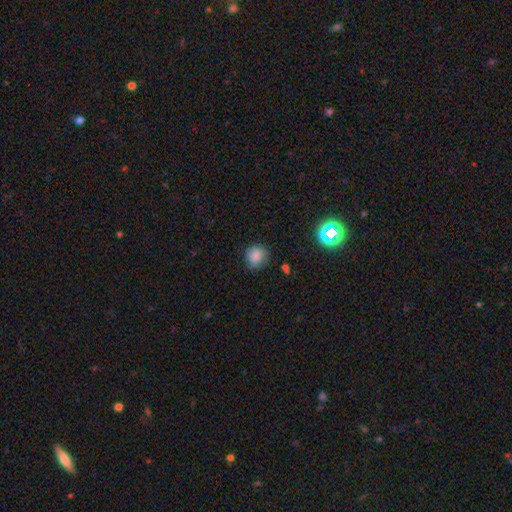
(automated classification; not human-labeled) Smooth or featured: smooth — 82% (star or artifact — 13%)
How rounded: round — 88% (in between — 11%)
Merging: none — 80% (minor disturbance — 15%)